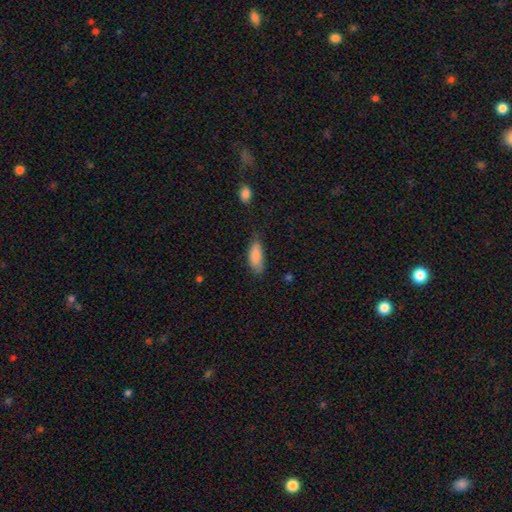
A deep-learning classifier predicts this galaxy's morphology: A smooth galaxy with no disk features (85%) that is in between round and cigar-shaped (74%).

Vote fractions:
- Smooth or featured? smooth: 85% / featured or disk: 9% / star or artifact: 6%
- How rounded? in between: 74% / cigar-shaped: 25% / round: 2%
- Merging? none: 66% / minor disturbance: 26% / major disturbance: 5% / merger: 2%